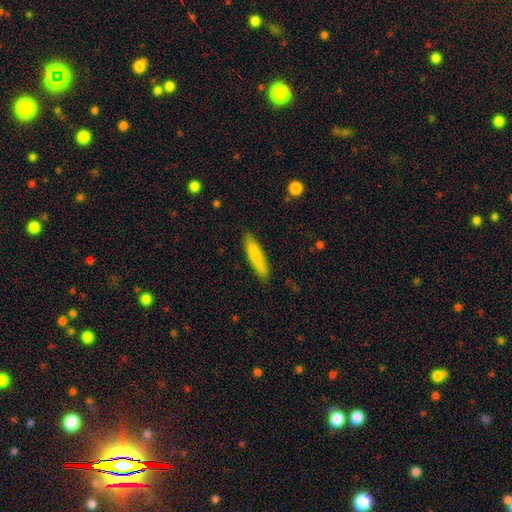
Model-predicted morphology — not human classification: smooth_or_featured: smooth (p=0.82) [alt: featured or disk p=0.12]
how_rounded: cigar-shaped (p=0.86) [alt: in between p=0.13]
merging: none (p=0.88) [alt: minor disturbance p=0.09]